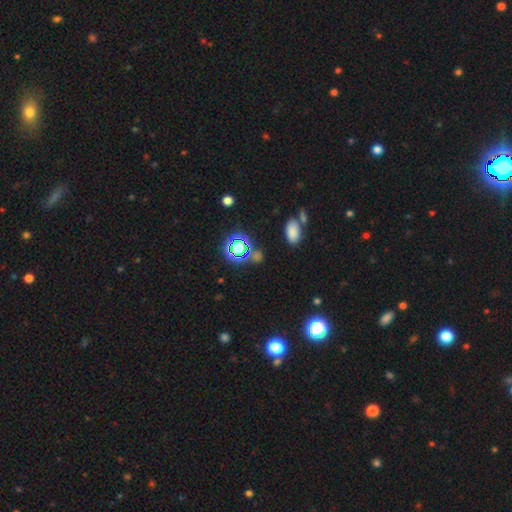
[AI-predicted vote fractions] The model was most divided on "smooth or featured": star or artifact: 51%, smooth: 41%, featured or disk: 9%.